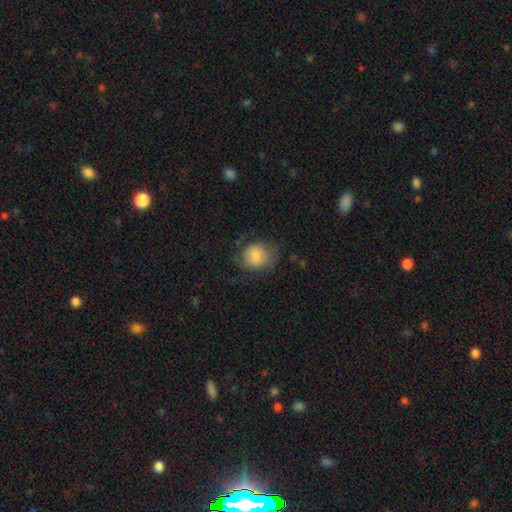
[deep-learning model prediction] Smooth or featured: smooth — 74% (featured or disk — 19%)
How rounded: round — 68% (in between — 31%)
Merging: none — 59% (minor disturbance — 23%)